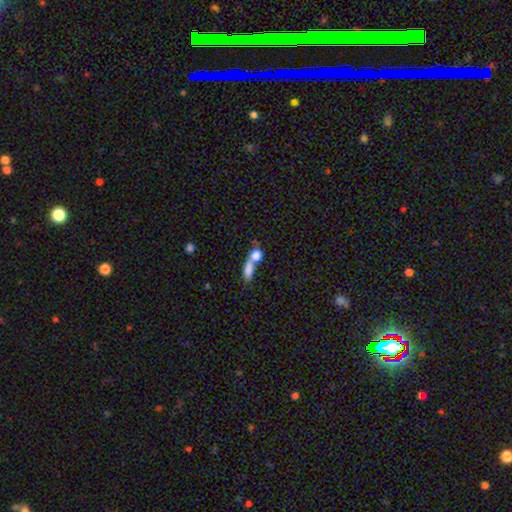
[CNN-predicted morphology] Smooth or featured? Predicted: smooth (p=0.78). How rounded? Predicted: in between (p=0.46). Merging? Predicted: merger (p=0.65).